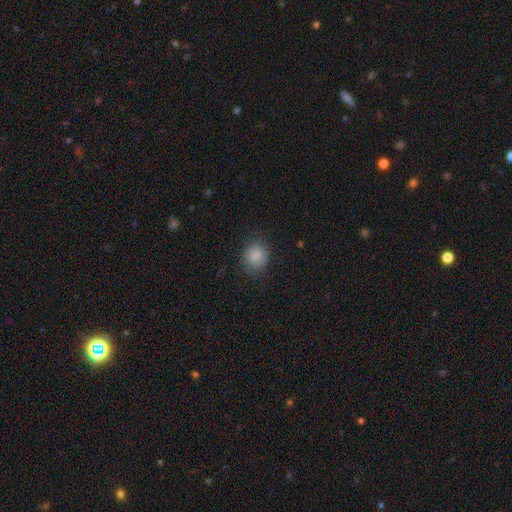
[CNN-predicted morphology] type=smooth (85%); roundness=round (74%); merging=none (76%).